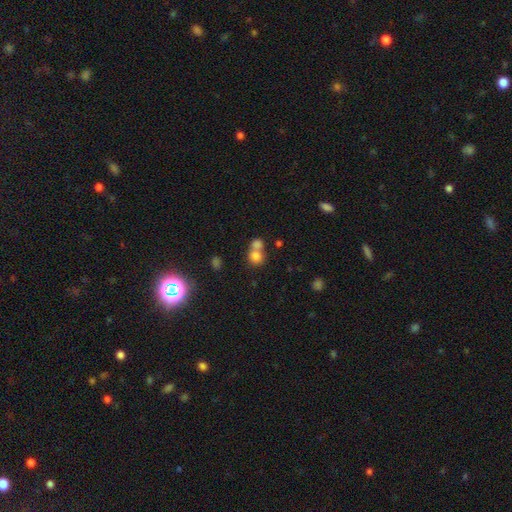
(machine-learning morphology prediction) Smooth or featured? Predicted: smooth (p=0.77). How rounded? Predicted: round (p=0.77). Merging? Predicted: merger (p=0.53).